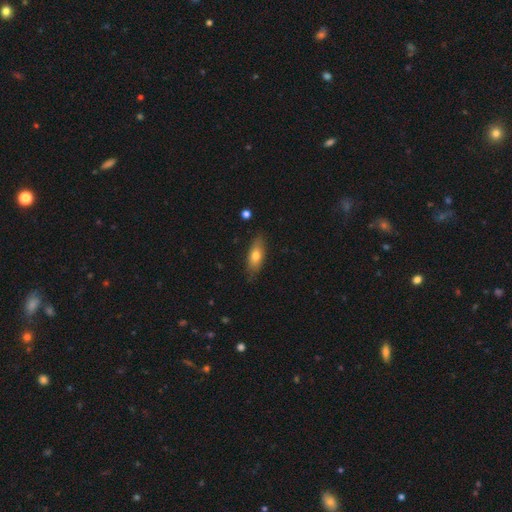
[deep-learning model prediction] Smooth or featured? smooth (71%)
How rounded? in between (70%)
Merging? none (81%)